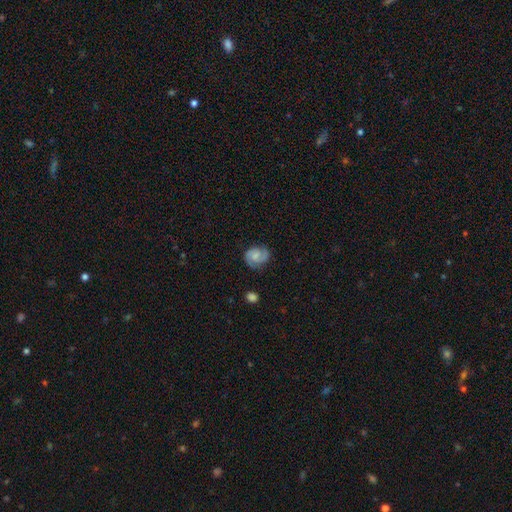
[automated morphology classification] type=featured or disk (65%); edge-on=no (98%); bar=no (57%); spiral arms=yes (94%); winding=medium (45%); arm count=2 (82%); bulge=small (40%); merging=none (73%).